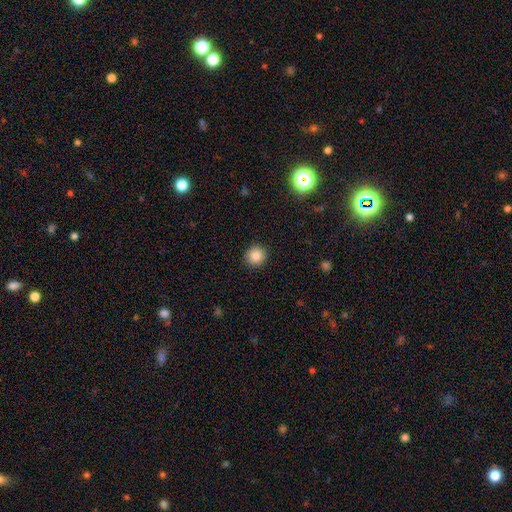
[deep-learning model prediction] The model was most divided on "smooth or featured": smooth: 85%, star or artifact: 10%, featured or disk: 5%. More confident: how rounded — round (94%); merging — none (92%).